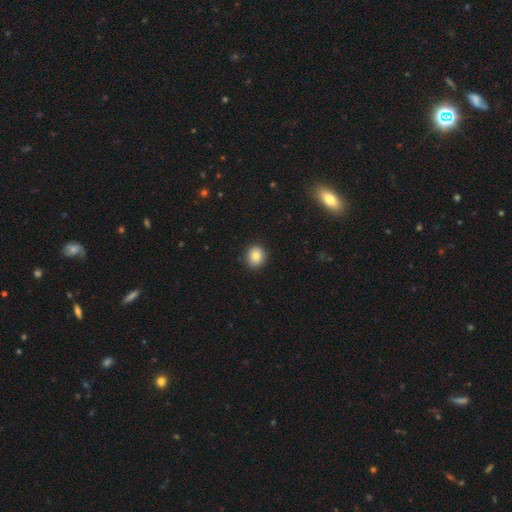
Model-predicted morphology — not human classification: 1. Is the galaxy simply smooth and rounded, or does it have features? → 82% smooth, 9% star or artifact, 8% featured or disk.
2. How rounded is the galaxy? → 83% round, 16% in between, 1% cigar-shaped.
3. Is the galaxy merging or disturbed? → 89% none, 8% minor disturbance, 2% major disturbance, 1% merger.